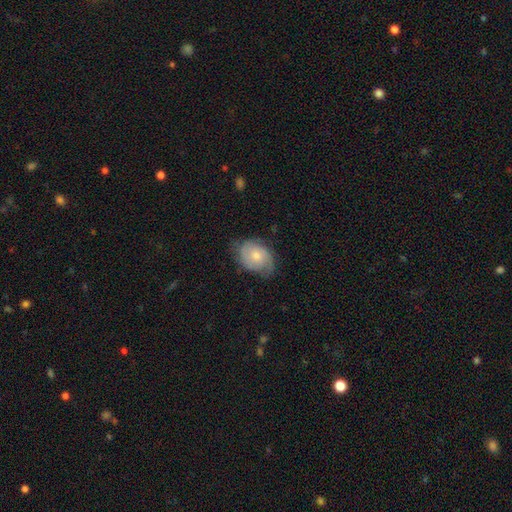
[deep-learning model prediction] A smooth galaxy with no disk features (50%) that is in between round and cigar-shaped (67%).

Vote fractions:
- Smooth or featured? smooth: 50% / featured or disk: 43% / star or artifact: 7%
- How rounded? in between: 67% / round: 32% / cigar-shaped: 1%
- Merging? none: 58% / minor disturbance: 31% / major disturbance: 10% / merger: 1%